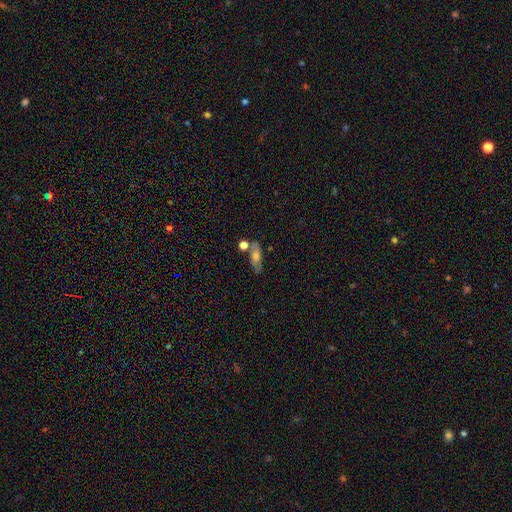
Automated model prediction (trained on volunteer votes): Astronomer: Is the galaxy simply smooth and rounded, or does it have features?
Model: smooth — 56% (runner-up: featured or disk, 34%).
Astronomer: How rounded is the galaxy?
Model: in between — 61%.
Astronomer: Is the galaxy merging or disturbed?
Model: none — 65%.